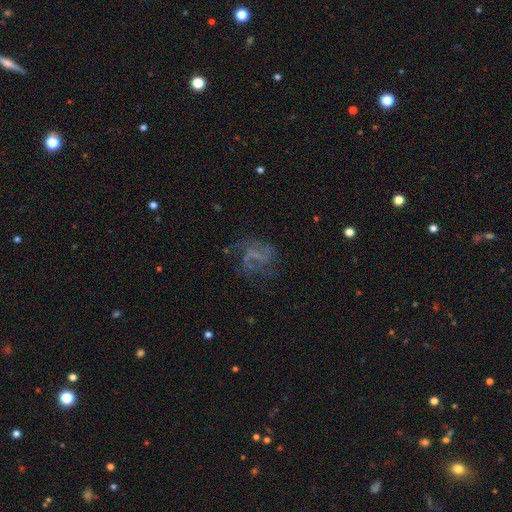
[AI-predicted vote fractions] A featured or disk galaxy (63%) with no bar (46%), spiral arms (73%) and no central bulge (68%). Merging: none (55%).